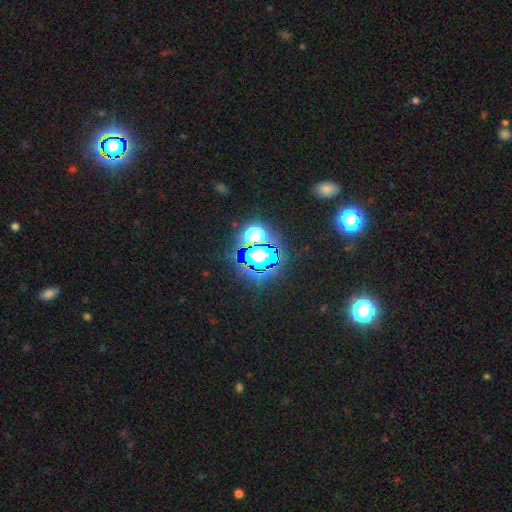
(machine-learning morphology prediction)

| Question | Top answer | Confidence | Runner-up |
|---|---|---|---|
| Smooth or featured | star or artifact | 80% | smooth (13%) |